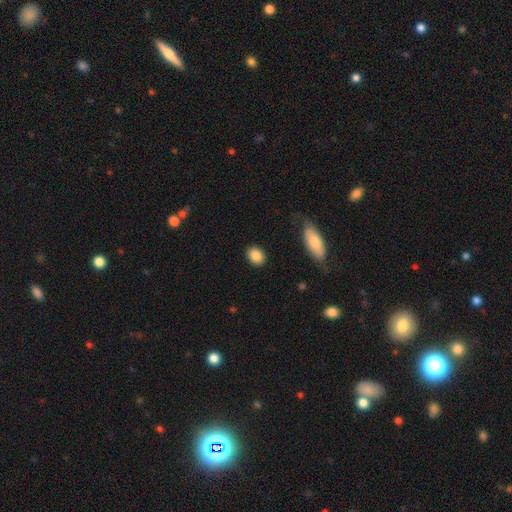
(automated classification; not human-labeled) Q: Smooth or featured?
A: smooth (87%); runner-up: star or artifact (7%)
Q: How rounded?
A: in between (59%); runner-up: round (39%)
Q: Merging?
A: none (88%); runner-up: minor disturbance (8%)